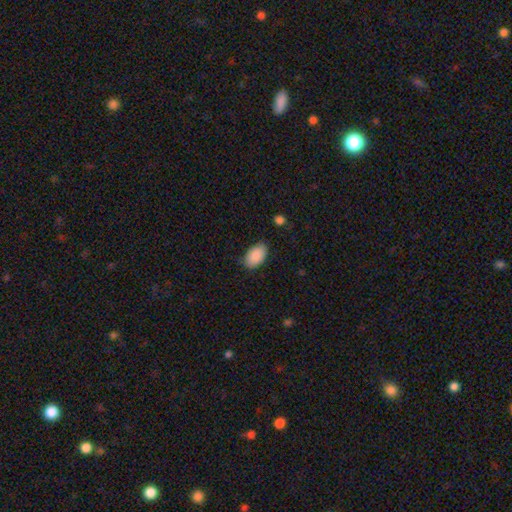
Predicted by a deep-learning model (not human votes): Smooth or featured: smooth — 90% (star or artifact — 6%)
How rounded: in between — 93% (round — 5%)
Merging: none — 80% (minor disturbance — 16%)